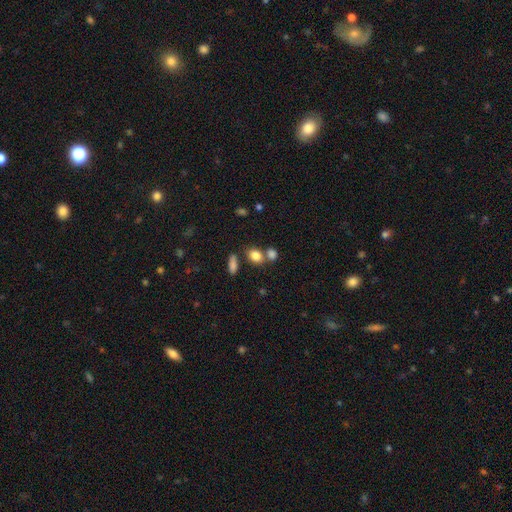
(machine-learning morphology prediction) smooth 82%, star or artifact 10%, featured or disk 7%. Down the decision tree: how rounded — in between (62%); merging — none (53%).